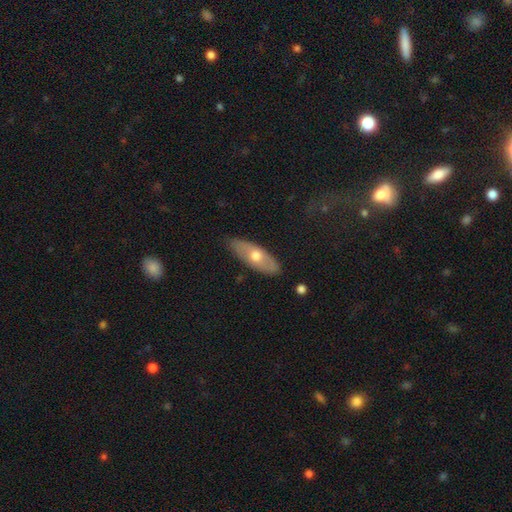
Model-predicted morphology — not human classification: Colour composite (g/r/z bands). It shows a smooth galaxy with no disk features (50%). Merging: none (83%).